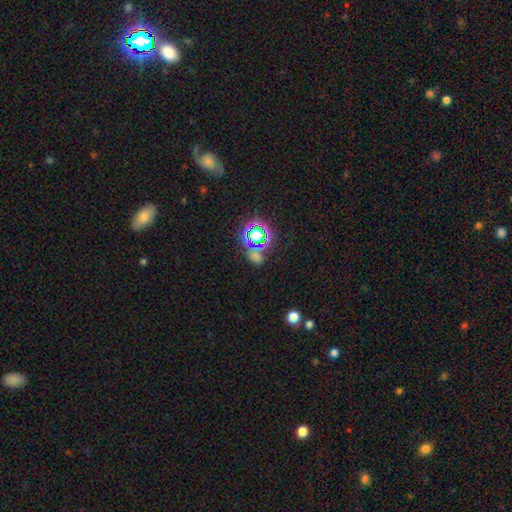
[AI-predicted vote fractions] Smooth or featured? Predicted: star or artifact (p=0.51).